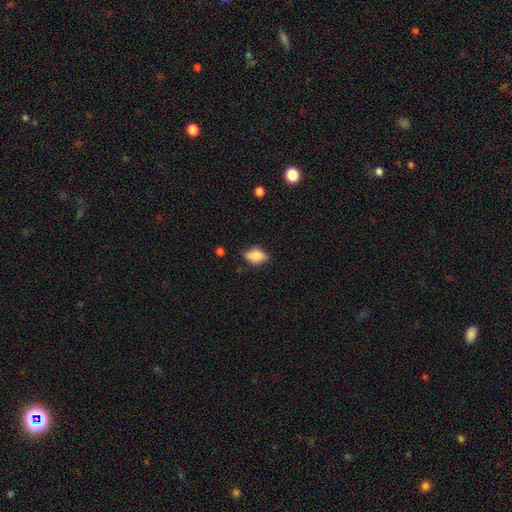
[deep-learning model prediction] Smooth or featured? Predicted: smooth (p=0.82). How rounded? Predicted: in between (p=0.86). Merging? Predicted: none (p=0.73).